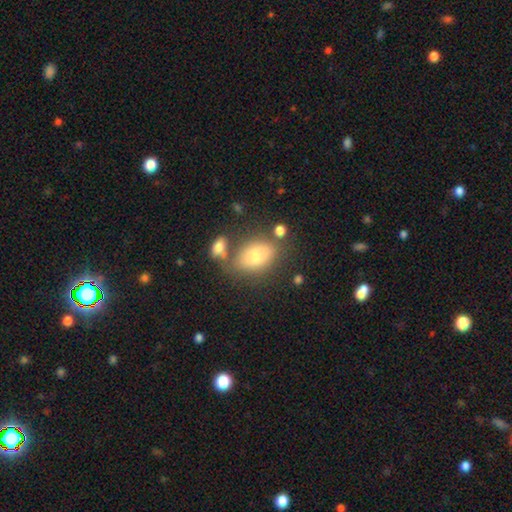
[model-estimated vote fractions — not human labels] A smooth galaxy with no disk features (77%) that is in between round and cigar-shaped (84%).

Vote fractions:
- Smooth or featured? smooth: 77% / featured or disk: 14% / star or artifact: 10%
- How rounded? in between: 84% / round: 14% / cigar-shaped: 2%
- Merging? none: 63% / minor disturbance: 16% / merger: 15% / major disturbance: 6%